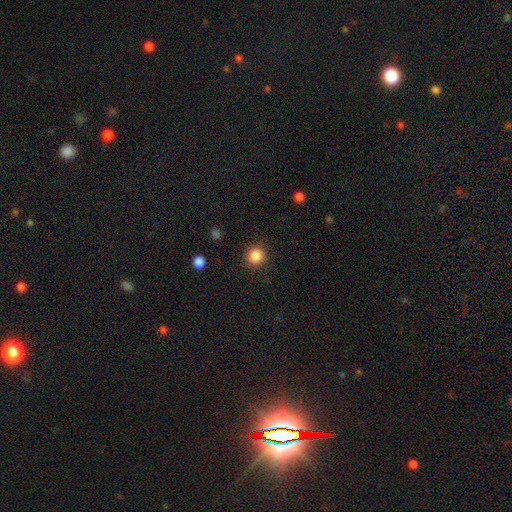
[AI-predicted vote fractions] Morphology: type=smooth (85%); roundness=round (93%); merging=none (90%).